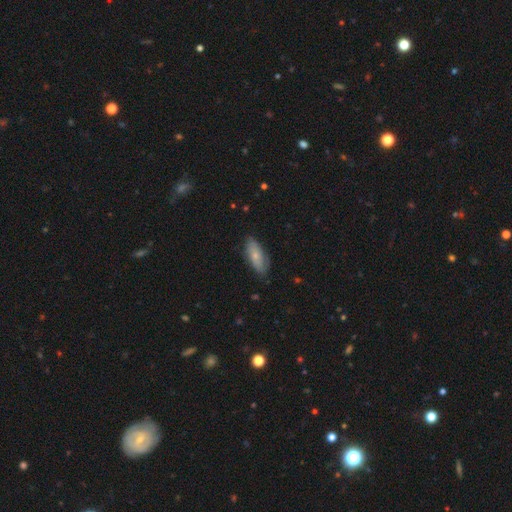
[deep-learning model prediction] A smooth galaxy with no disk features (65%) that is in between round and cigar-shaped (78%). Merging: none (78%).